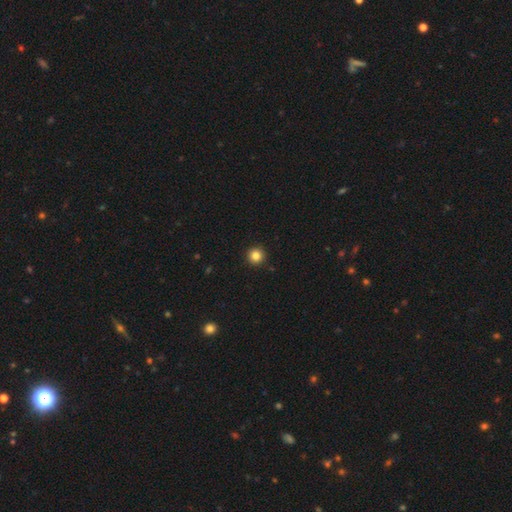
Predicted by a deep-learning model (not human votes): The model was most divided on "smooth or featured": smooth: 84%, star or artifact: 11%, featured or disk: 5%. More confident: how rounded — round (96%); merging — none (94%).